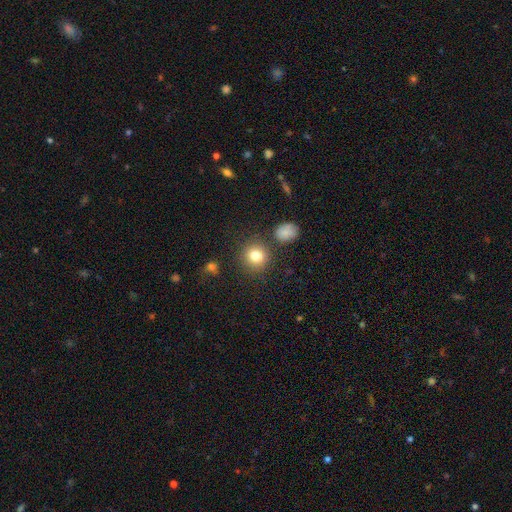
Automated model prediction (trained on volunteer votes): This appears to be a smooth galaxy with no disk features (81%) that is round (90%). Merging: none (83%).